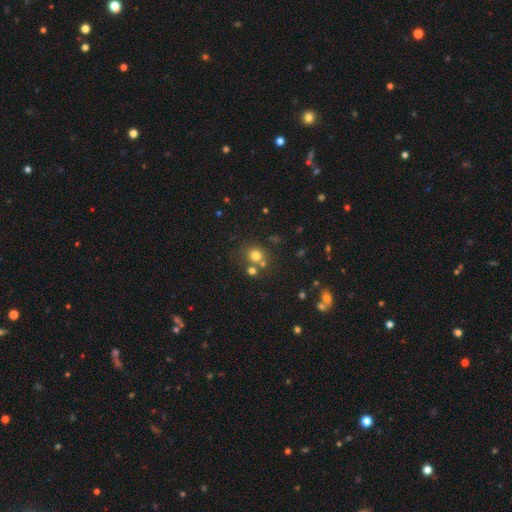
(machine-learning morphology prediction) smooth_or_featured: smooth (p=0.72) [alt: star or artifact p=0.18]
how_rounded: round (p=0.85) [alt: in between p=0.14]
merging: none (p=0.65) [alt: merger p=0.22]